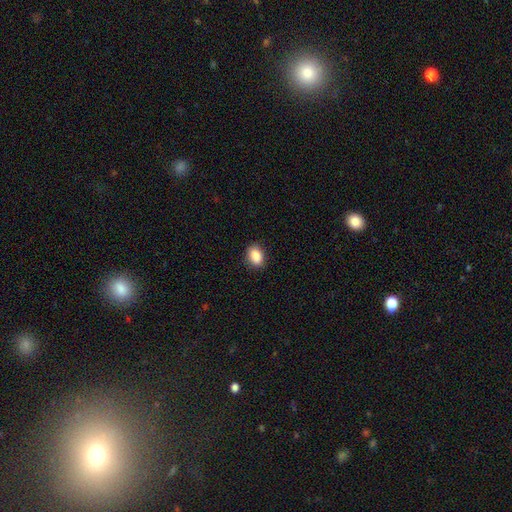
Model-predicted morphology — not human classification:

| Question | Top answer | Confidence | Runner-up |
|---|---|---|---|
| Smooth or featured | smooth | 88% | star or artifact (8%) |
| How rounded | in between | 81% | round (17%) |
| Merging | none | 87% | minor disturbance (10%) |